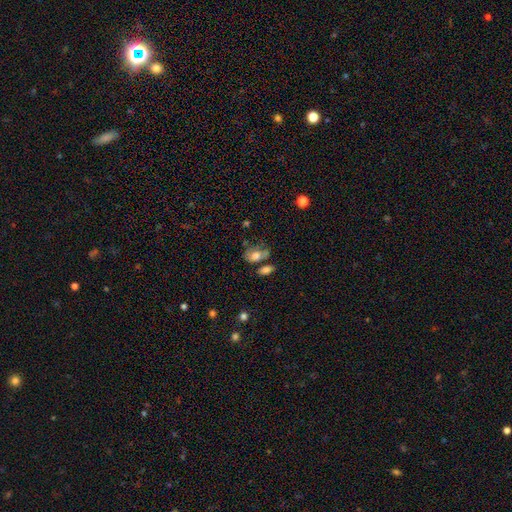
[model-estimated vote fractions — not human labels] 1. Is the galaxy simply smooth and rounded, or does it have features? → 71% smooth, 20% featured or disk, 9% star or artifact.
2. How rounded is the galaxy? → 79% in between, 18% round, 2% cigar-shaped.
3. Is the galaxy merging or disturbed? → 38% none, 26% merger, 22% minor disturbance, 13% major disturbance.